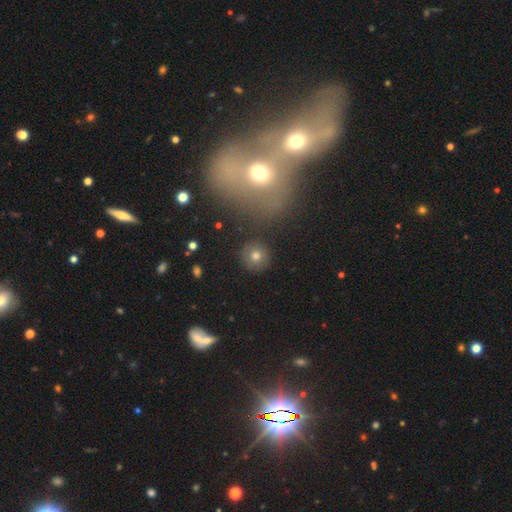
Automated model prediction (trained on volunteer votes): Morphology: type=smooth (73%); roundness=round (92%); merging=none (87%).